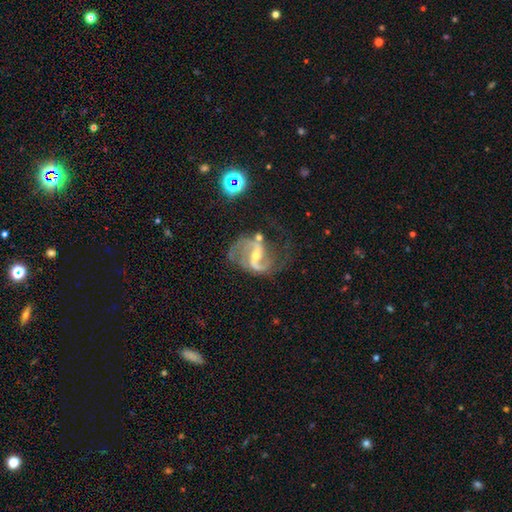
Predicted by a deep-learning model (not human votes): Morphology: type=featured or disk (90%); edge-on=no (98%); bar=weak (45%); spiral arms=yes (97%); winding=medium (49%); arm count=2 (88%); bulge=small (55%); merging=none (53%).